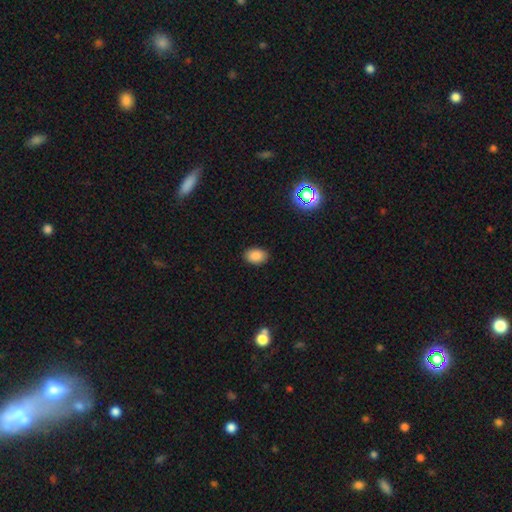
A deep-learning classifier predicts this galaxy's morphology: This is clearly a smooth galaxy (86%). How rounded: clearly in between (82%). Merging: clearly none (89%).